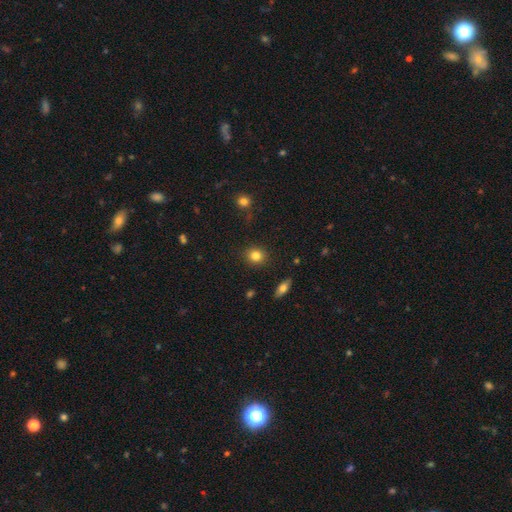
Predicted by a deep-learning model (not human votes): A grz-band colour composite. It shows a smooth galaxy with no disk features (83%) that is round (80%). Merging: none (90%).